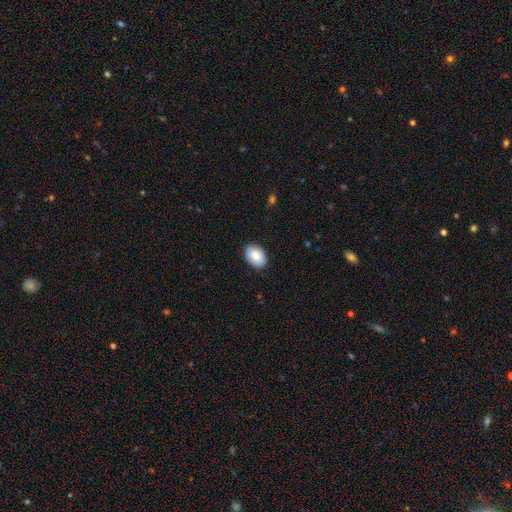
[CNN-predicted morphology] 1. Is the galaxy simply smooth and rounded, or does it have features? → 84% smooth, 10% featured or disk, 7% star or artifact.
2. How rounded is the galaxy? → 84% in between, 15% round, 1% cigar-shaped.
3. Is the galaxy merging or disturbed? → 89% none, 8% minor disturbance, 2% major disturbance, 1% merger.